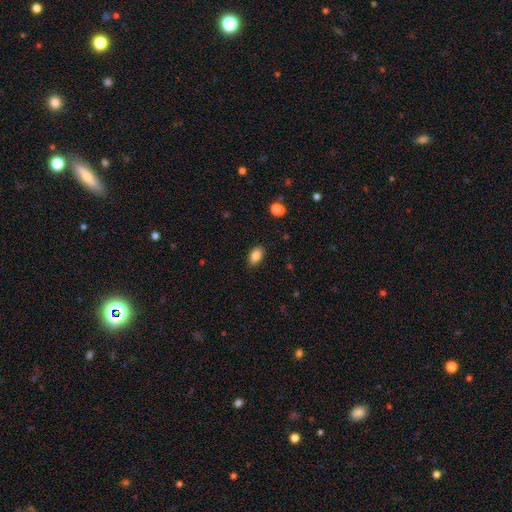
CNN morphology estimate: Overall: smooth (86%). How rounded: in between (91%). Merging: none (86%).